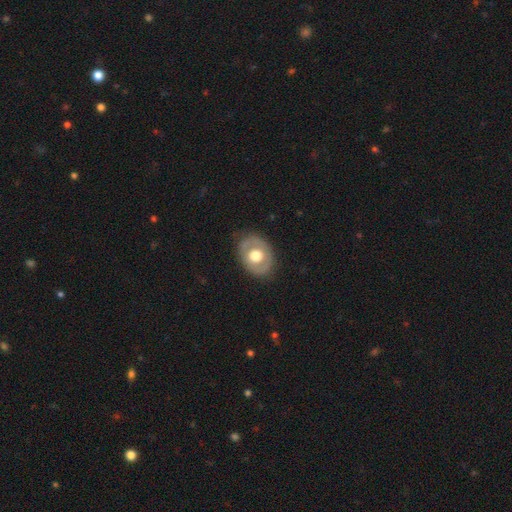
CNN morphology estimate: Smooth or featured? smooth (49%)
Merging? none (80%)